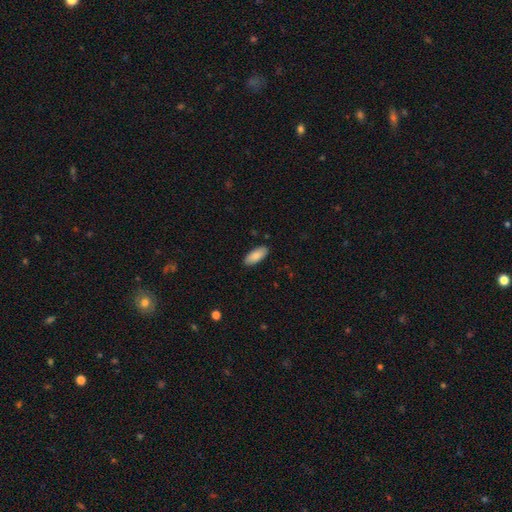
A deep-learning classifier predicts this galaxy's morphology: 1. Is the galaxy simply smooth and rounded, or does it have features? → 86% smooth, 8% featured or disk, 6% star or artifact.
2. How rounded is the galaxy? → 84% in between, 14% cigar-shaped, 2% round.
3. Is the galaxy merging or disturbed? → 88% none, 9% minor disturbance, 2% major disturbance, 1% merger.